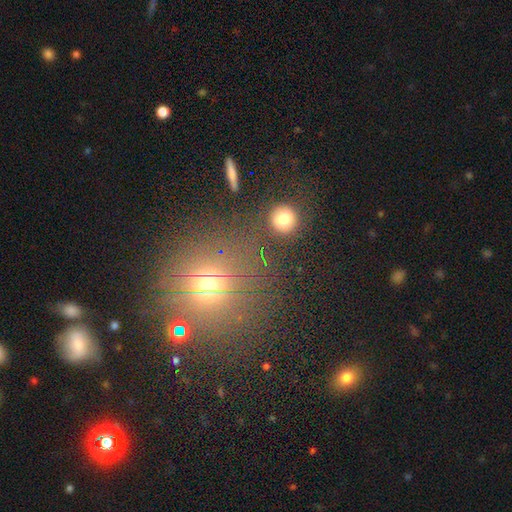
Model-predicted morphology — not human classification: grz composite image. It shows a smooth galaxy with no disk features (48%). Merging: none (76%).